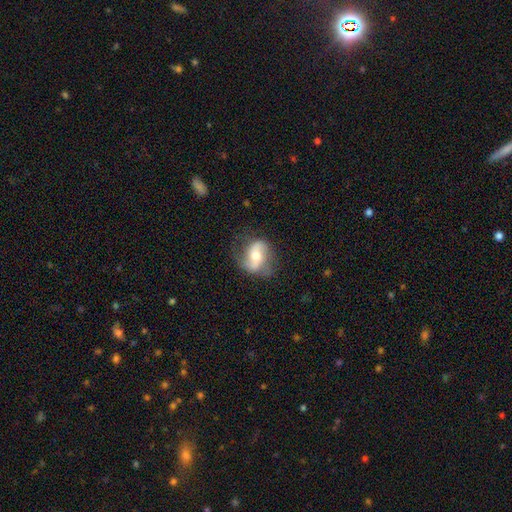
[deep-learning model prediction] featured or disk 71%, smooth 22%, star or artifact 7%. Down the decision tree: edge-on disk — no (95%); bar — weak (38%); spiral arms — yes (89%); spiral arm count — 2 (87%); spiral winding — loose (58%); bulge size — moderate (63%); merging — none (66%).